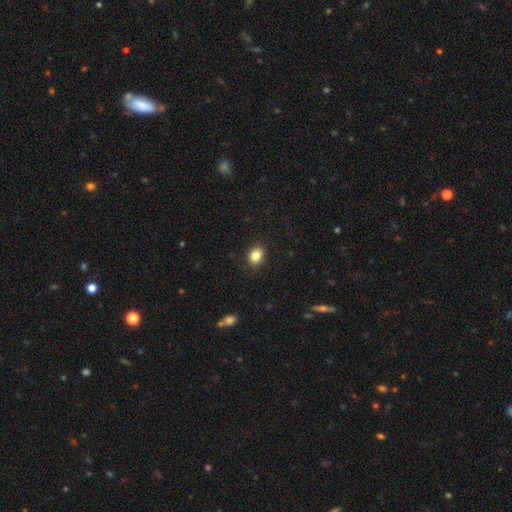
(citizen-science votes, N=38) Overall: smooth (92%). How rounded: in between (51%; round 49%). Merging: none (81%).